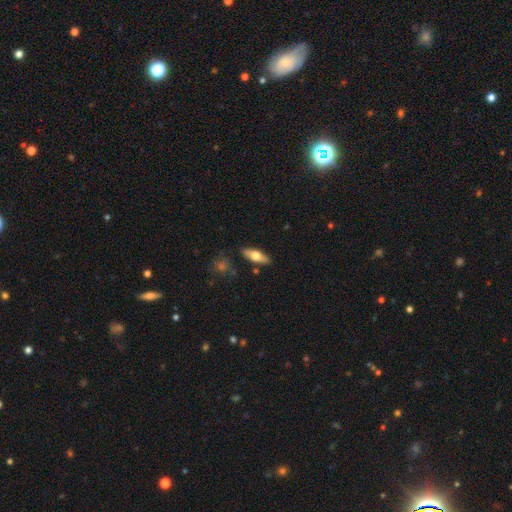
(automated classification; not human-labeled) Smooth or featured: smooth — 55% (featured or disk — 39%)
How rounded: in between — 63% (cigar-shaped — 34%)
Merging: none — 85% (minor disturbance — 11%)